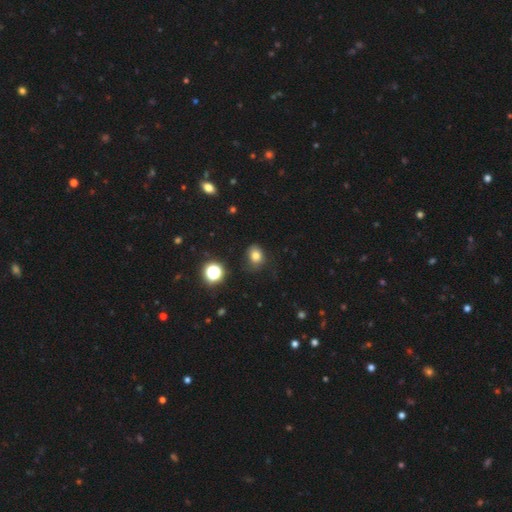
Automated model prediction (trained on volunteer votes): The model was most divided on "how rounded": in between: 51%, round: 48%, cigar-shaped: 1%. More confident: smooth or featured — smooth (77%); merging — none (73%).